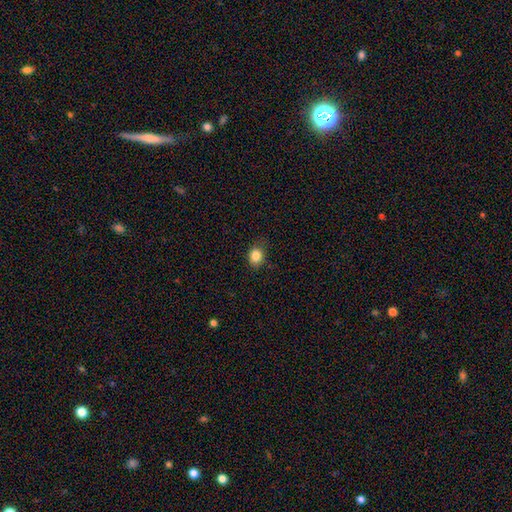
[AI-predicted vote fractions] Q: Smooth or featured?
A: smooth (85%); runner-up: star or artifact (10%)
Q: How rounded?
A: round (51%); runner-up: in between (48%)
Q: Merging?
A: none (78%); runner-up: minor disturbance (17%)